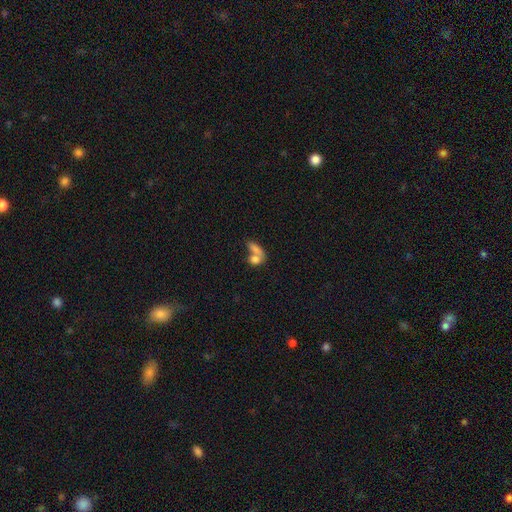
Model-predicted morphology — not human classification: Q: Smooth or featured?
A: smooth (75%); runner-up: featured or disk (16%)
Q: How rounded?
A: in between (69%); runner-up: round (22%)
Q: Merging?
A: merger (63%); runner-up: none (23%)